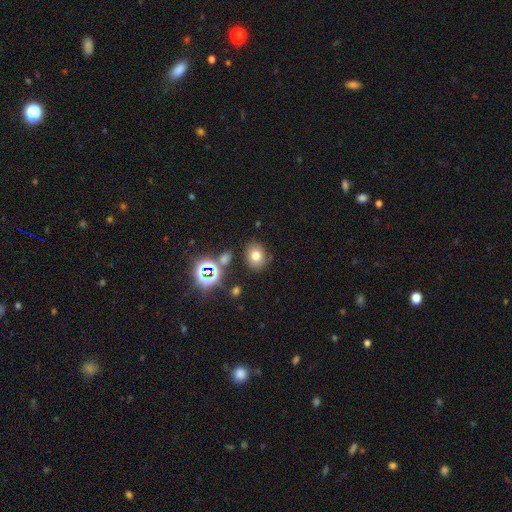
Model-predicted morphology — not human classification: Smooth or featured: smooth — 69% (star or artifact — 20%)
How rounded: round — 56% (in between — 43%)
Merging: none — 78% (minor disturbance — 12%)